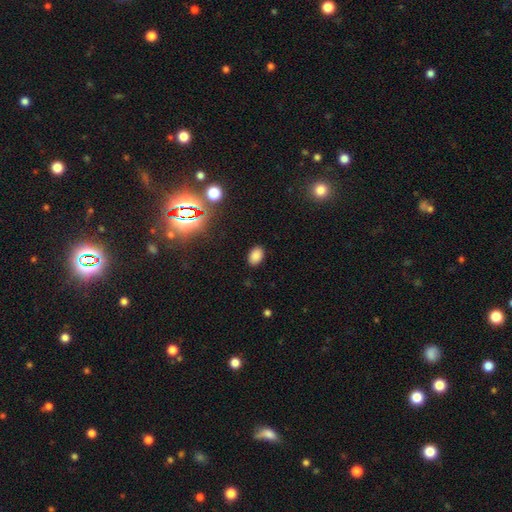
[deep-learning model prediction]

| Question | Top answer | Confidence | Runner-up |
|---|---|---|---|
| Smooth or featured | smooth | 82% | star or artifact (14%) |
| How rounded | in between | 84% | round (15%) |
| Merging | none | 88% | minor disturbance (9%) |